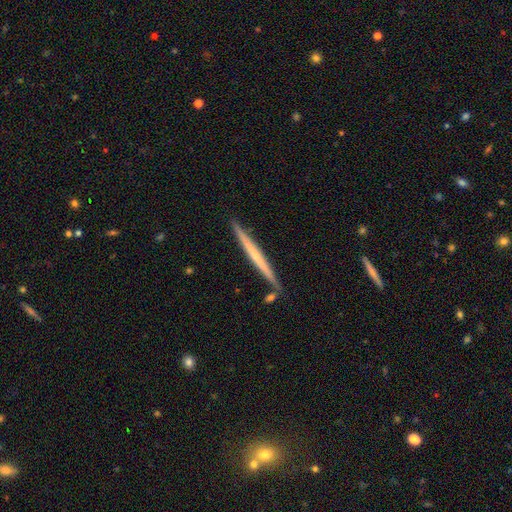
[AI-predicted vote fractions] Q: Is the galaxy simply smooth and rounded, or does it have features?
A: featured or disk — 56%.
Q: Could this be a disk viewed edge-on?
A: yes — 97%.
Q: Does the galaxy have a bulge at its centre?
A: none — 75%.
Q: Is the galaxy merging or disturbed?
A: none — 87%.